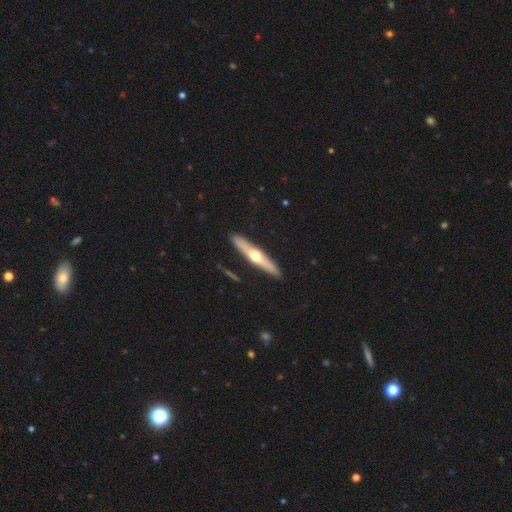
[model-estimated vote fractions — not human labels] smooth_or_featured: featured or disk (p=0.59) [alt: smooth p=0.36]
disk_edge_on: yes (p=0.93) [alt: no p=0.07]
edge_on_bulge: rounded (p=0.93) [alt: none p=0.05]
merging: none (p=0.90) [alt: minor disturbance p=0.07]